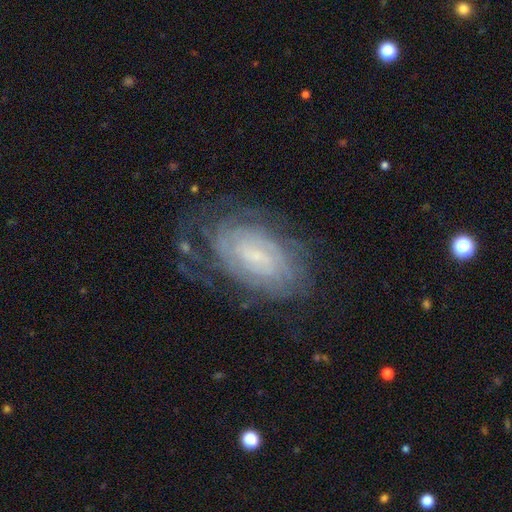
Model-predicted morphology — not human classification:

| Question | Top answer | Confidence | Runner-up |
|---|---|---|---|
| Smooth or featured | featured or disk | 78% | smooth (14%) |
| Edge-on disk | no | 96% | yes (4%) |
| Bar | no | 47% | weak (42%) |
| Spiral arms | yes | 92% | no (8%) |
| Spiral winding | tight | 76% | medium (19%) |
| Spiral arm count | can't tell | 53% | 2 (17%) |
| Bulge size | small | 71% | moderate (15%) |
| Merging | none | 66% | minor disturbance (19%) |